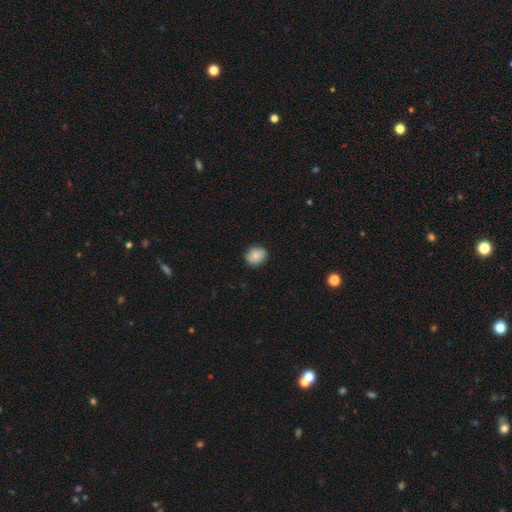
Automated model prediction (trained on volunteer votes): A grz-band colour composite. It shows a smooth galaxy with no disk features (83%) that is round (64%). Merging: none (85%).